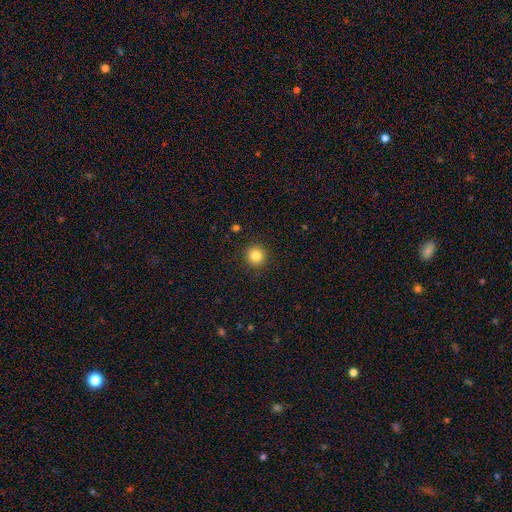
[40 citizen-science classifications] Volunteers were most divided on "smooth or featured": smooth: 78%, star or artifact: 12%, featured or disk: 10%. More confident: merging — none (97%); how rounded — round (97%).